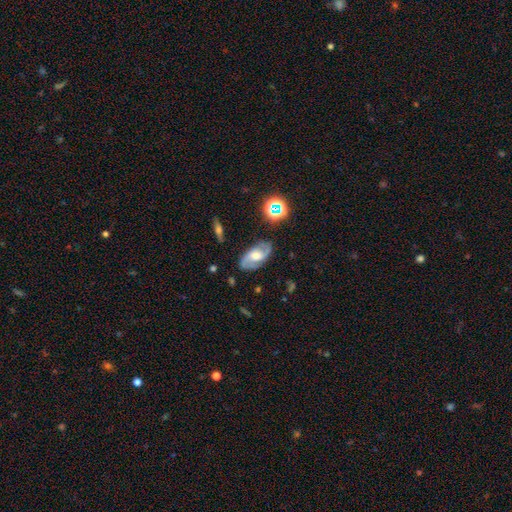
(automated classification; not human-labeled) Morphology: type=featured or disk (79%); edge-on=no (96%); bar=no (48%); spiral arms=yes (95%); winding=medium (51%); arm count=2 (87%); bulge=moderate (60%); merging=none (79%).